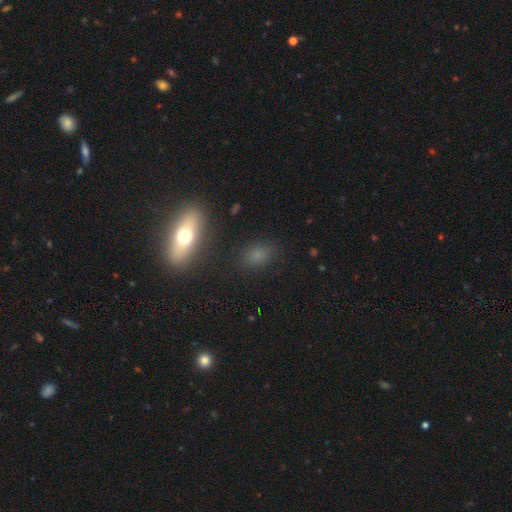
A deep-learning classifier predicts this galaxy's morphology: Q: Smooth or featured?
A: smooth (70%); runner-up: star or artifact (15%)
Q: How rounded?
A: in between (70%); runner-up: round (22%)
Q: Merging?
A: none (84%); runner-up: minor disturbance (11%)